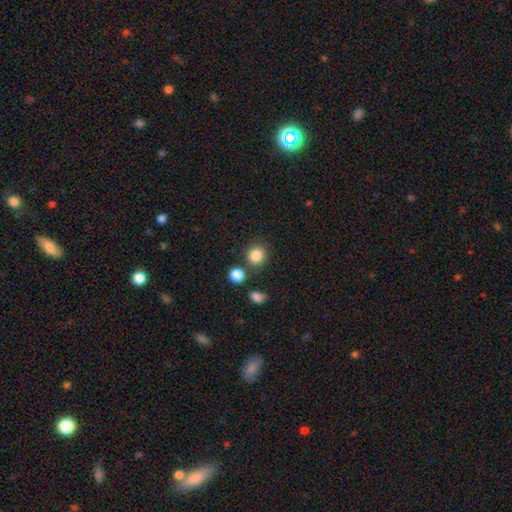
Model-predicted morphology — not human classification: A smooth galaxy with no disk features (85%) that is round (89%). Merging: none (77%).